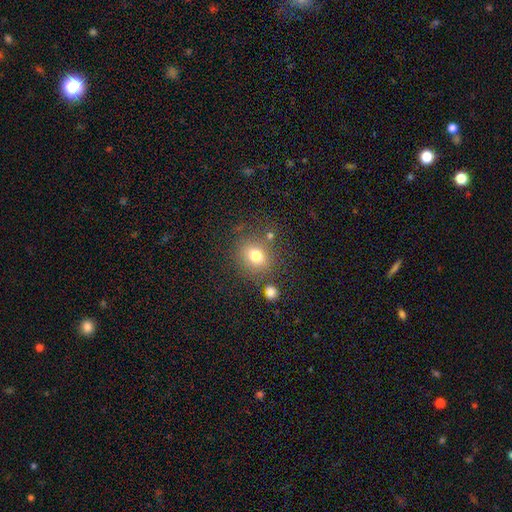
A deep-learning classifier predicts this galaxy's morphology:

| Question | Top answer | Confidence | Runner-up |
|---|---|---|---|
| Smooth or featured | smooth | 76% | star or artifact (14%) |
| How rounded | round | 75% | in between (24%) |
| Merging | none | 74% | minor disturbance (12%) |